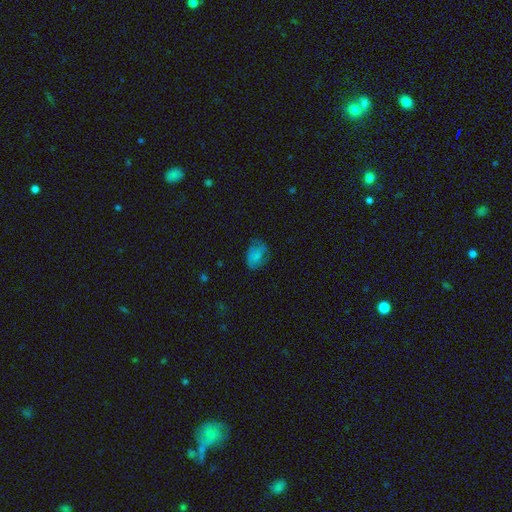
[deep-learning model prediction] Smooth or featured? Predicted: smooth (p=0.65). How rounded? Predicted: in between (p=0.74). Merging? Predicted: none (p=0.55).